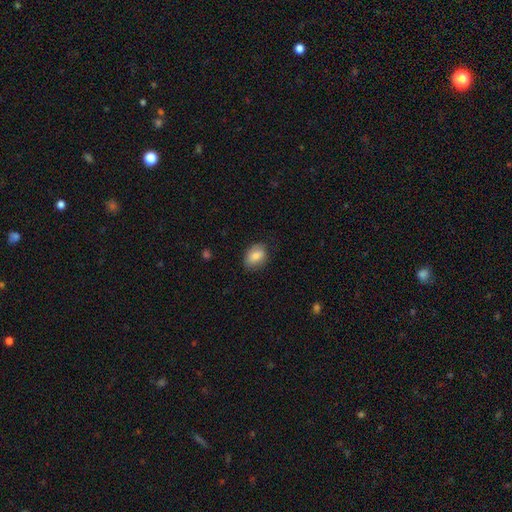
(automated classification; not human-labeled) smooth_or_featured: smooth (p=0.80) [alt: featured or disk p=0.13]
how_rounded: in between (p=0.79) [alt: round p=0.20]
merging: none (p=0.77) [alt: minor disturbance p=0.18]